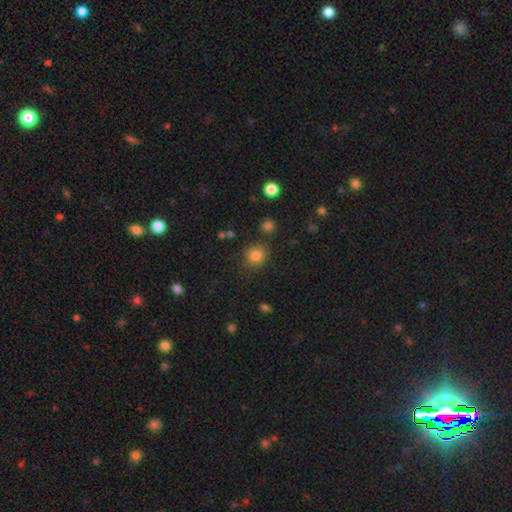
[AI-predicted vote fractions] Smooth or featured: smooth — 83% (star or artifact — 12%)
How rounded: round — 90% (in between — 9%)
Merging: none — 83% (minor disturbance — 9%)